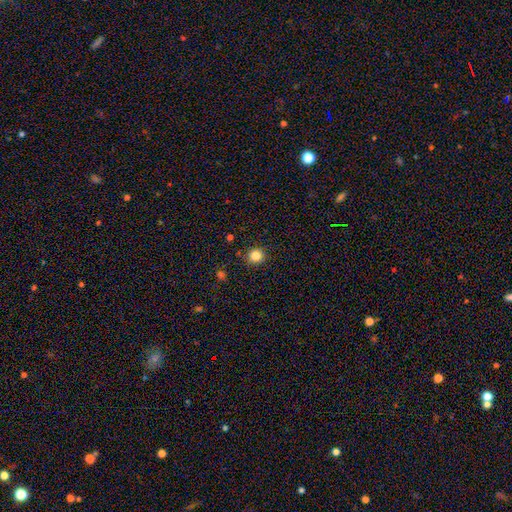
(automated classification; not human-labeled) Smooth or featured?
  - smooth: 83% *
  - star or artifact: 12%
  - featured or disk: 5%
How rounded?
  - round: 93% *
  - in between: 6%
  - cigar-shaped: 1%
Merging?
  - none: 90% *
  - minor disturbance: 6%
  - major disturbance: 2%
  - merger: 1%